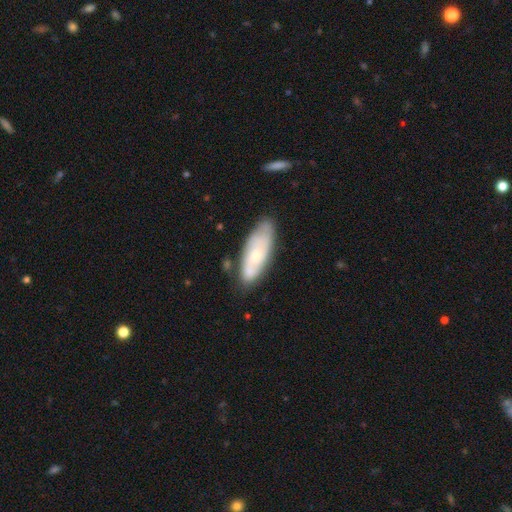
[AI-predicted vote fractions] Smooth or featured: smooth — 49% (featured or disk — 45%)
Merging: none — 71% (minor disturbance — 19%)